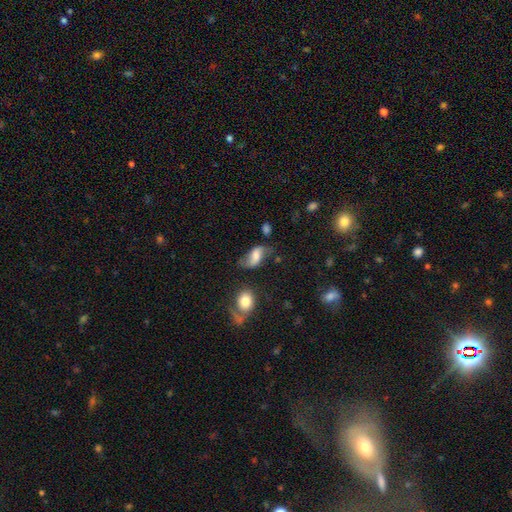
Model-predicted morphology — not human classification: This appears to be a featured or disk galaxy (49%). Merging: none (54%).